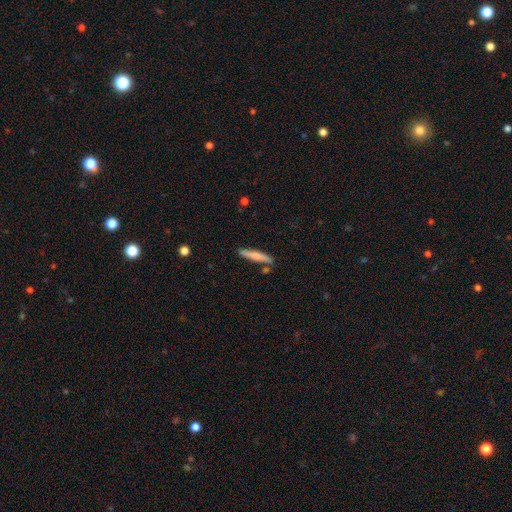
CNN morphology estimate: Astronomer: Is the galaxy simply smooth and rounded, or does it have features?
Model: smooth — 69%.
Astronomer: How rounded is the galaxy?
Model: cigar-shaped — 92%.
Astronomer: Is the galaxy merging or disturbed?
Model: none — 82%.